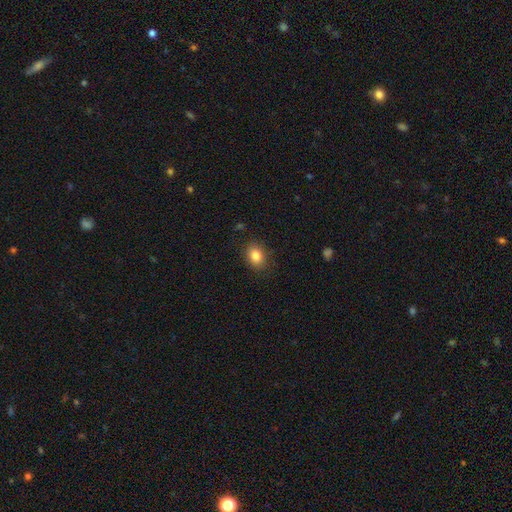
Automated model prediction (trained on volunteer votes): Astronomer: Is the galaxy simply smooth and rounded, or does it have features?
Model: smooth — 84%.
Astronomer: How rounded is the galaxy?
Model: in between — 62% (runner-up: round, 37%).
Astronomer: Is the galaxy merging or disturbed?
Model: none — 86%.